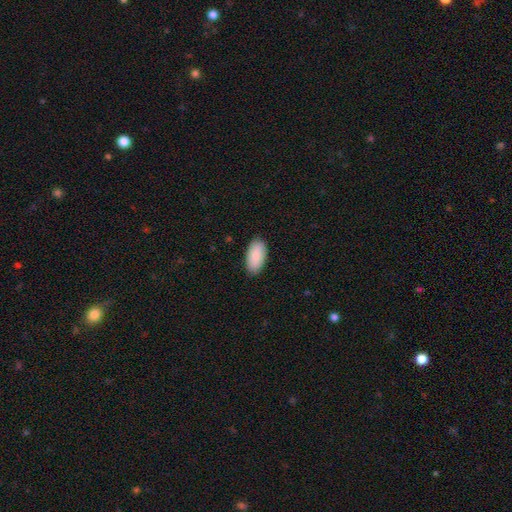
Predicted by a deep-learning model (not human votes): Smooth or featured? Predicted: smooth (p=0.88). How rounded? Predicted: in between (p=0.94). Merging? Predicted: none (p=0.88).